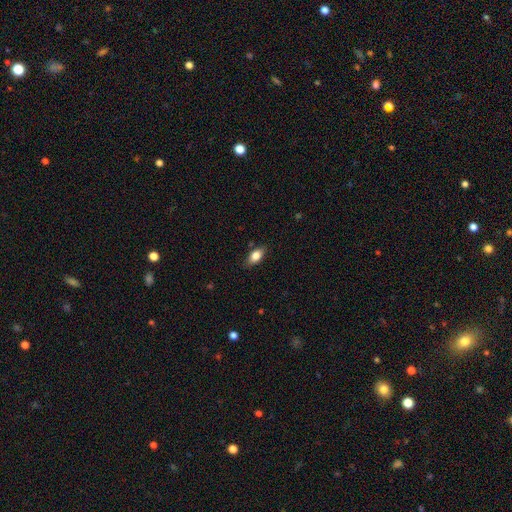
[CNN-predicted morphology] Overall: smooth (82%). How rounded: in between (87%). Merging: none (83%).